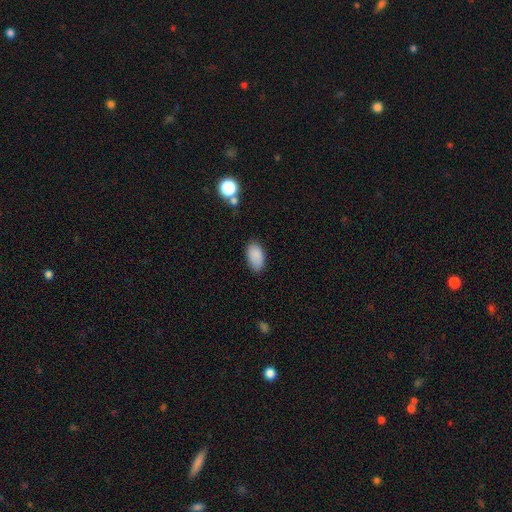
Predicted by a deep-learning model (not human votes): A smooth galaxy with no disk features (88%) that is in between round and cigar-shaped (94%). Merging: none (81%).